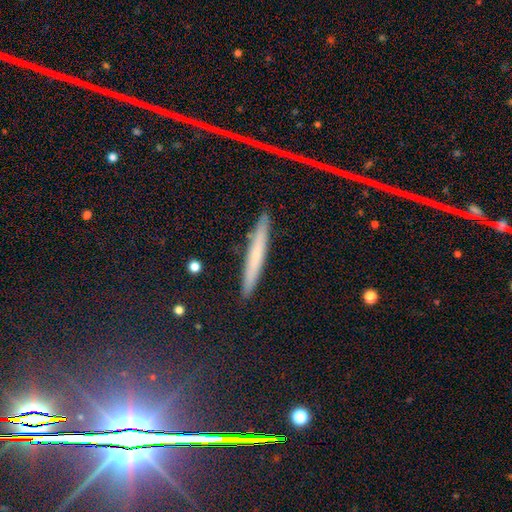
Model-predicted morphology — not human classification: The model was most divided on "smooth or featured": smooth: 57%, featured or disk: 33%, star or artifact: 9%. More confident: how rounded — cigar-shaped (95%); merging — none (88%).